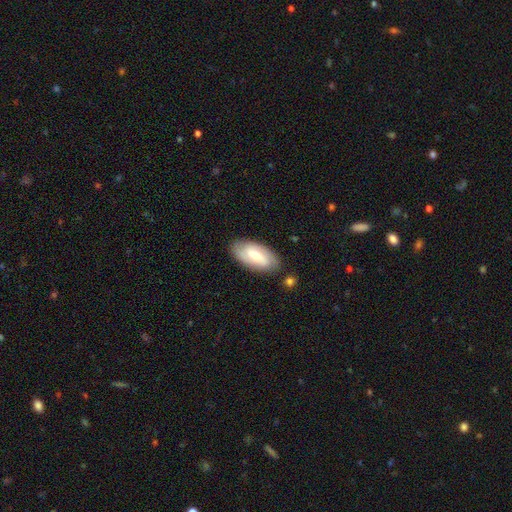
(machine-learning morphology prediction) smooth_or_featured: smooth (p=0.49) [alt: featured or disk p=0.45]
merging: none (p=0.83) [alt: minor disturbance p=0.12]